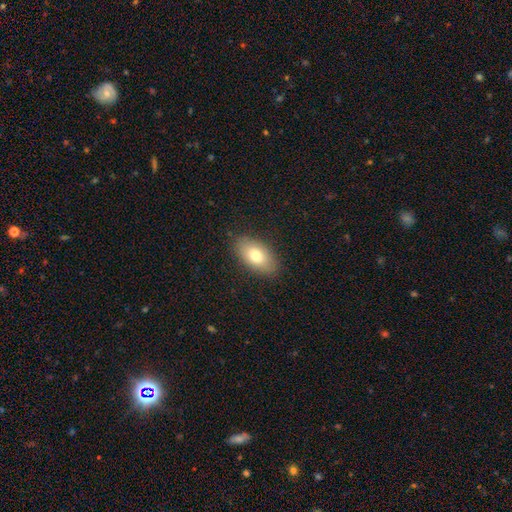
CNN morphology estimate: Q: Smooth or featured?
A: smooth (75%); runner-up: featured or disk (17%)
Q: How rounded?
A: in between (91%); runner-up: round (5%)
Q: Merging?
A: none (86%); runner-up: minor disturbance (11%)